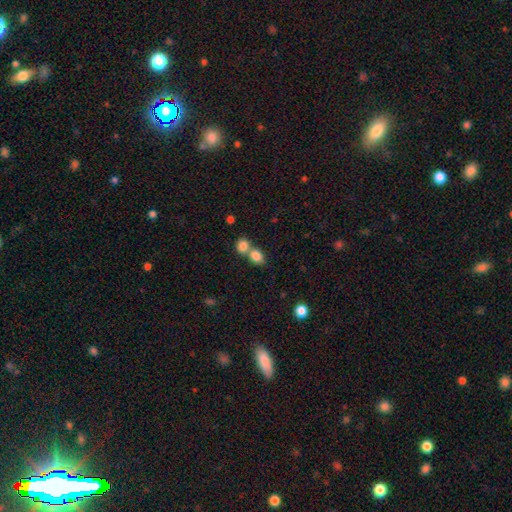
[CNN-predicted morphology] Q: Smooth or featured?
A: smooth (83%); runner-up: star or artifact (9%)
Q: How rounded?
A: in between (59%); runner-up: round (39%)
Q: Merging?
A: merger (59%); runner-up: none (32%)